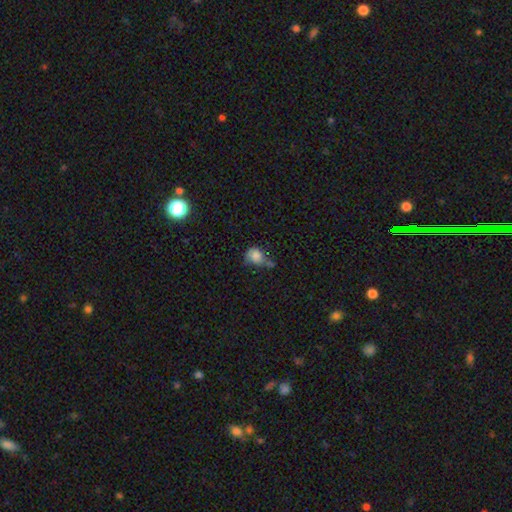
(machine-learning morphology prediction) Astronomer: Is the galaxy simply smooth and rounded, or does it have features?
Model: smooth — 75%.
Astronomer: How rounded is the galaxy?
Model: round — 58% (runner-up: in between, 41%).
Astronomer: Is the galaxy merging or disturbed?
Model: none — 32% (runner-up: minor disturbance, 31%).